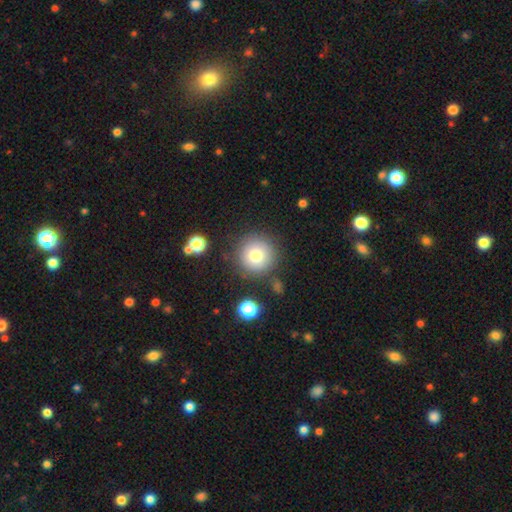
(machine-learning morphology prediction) A smooth galaxy with no disk features (77%) that is round (95%). Merging: none (82%).